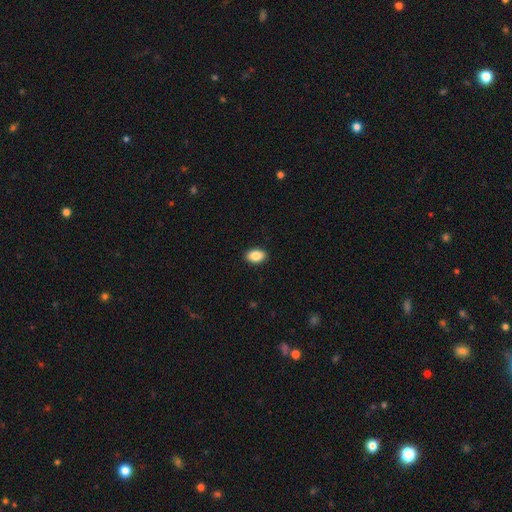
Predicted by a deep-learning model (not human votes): Smooth or featured: smooth — 87% (star or artifact — 7%)
How rounded: in between — 86% (round — 12%)
Merging: none — 91% (minor disturbance — 7%)